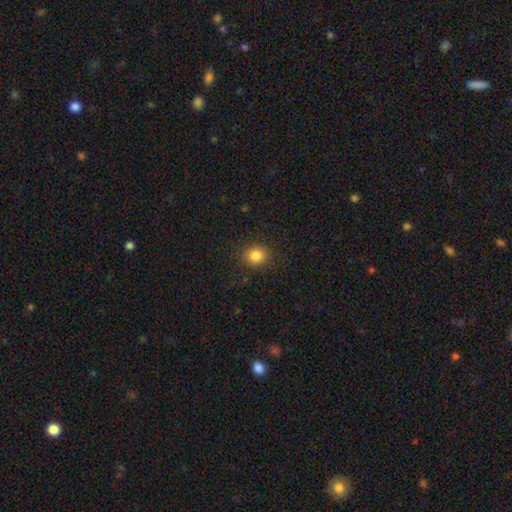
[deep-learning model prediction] A smooth galaxy with no disk features (84%) that is round (80%).

Vote fractions:
- Smooth or featured? smooth: 84% / star or artifact: 11% / featured or disk: 5%
- How rounded? round: 80% / in between: 19% / cigar-shaped: 1%
- Merging? none: 87% / minor disturbance: 9% / major disturbance: 3% / merger: 1%